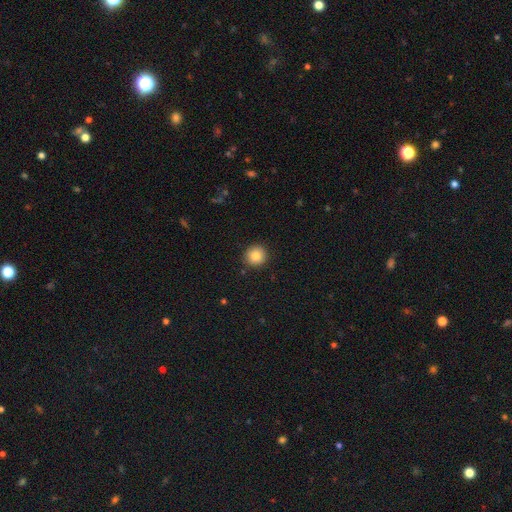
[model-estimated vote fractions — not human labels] This is clearly a smooth galaxy (85%). How rounded: clearly round (94%). Merging: clearly none (91%).